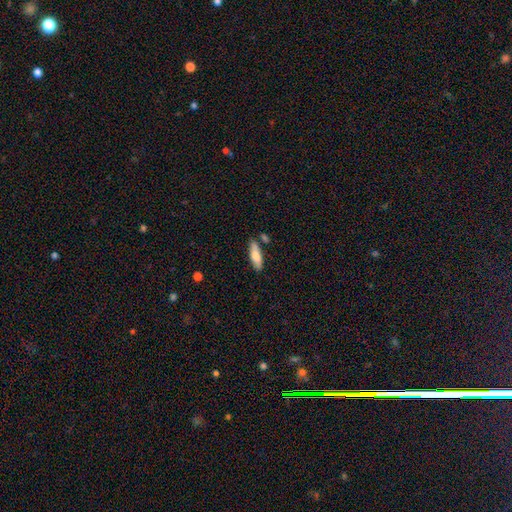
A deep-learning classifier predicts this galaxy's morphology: type=smooth (74%); roundness=cigar-shaped (49%, tied with in between); merging=none (75%).